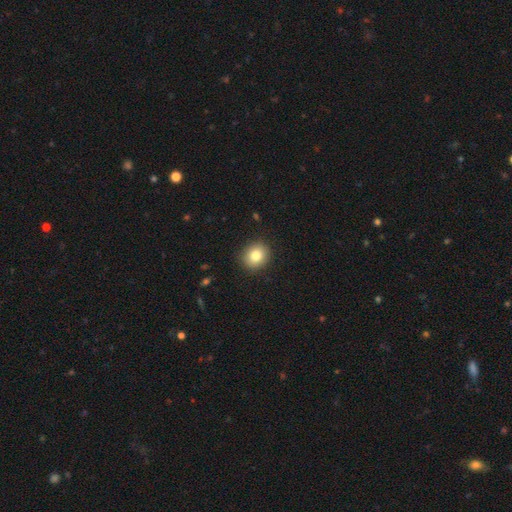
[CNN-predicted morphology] This is clearly a smooth galaxy (82%). How rounded: clearly round (83%). Merging: clearly none (91%).